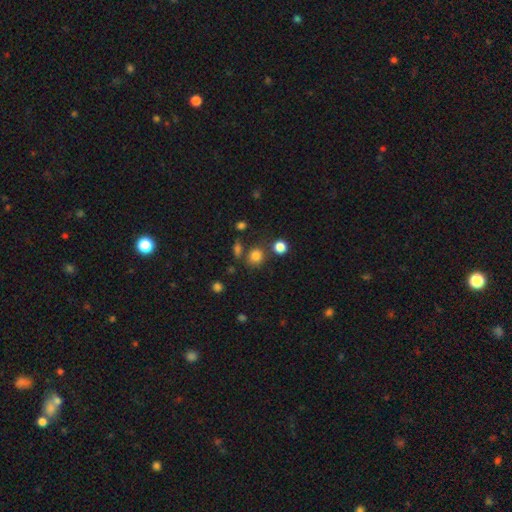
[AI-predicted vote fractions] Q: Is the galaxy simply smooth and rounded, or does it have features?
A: smooth — 79%.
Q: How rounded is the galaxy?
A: round — 80%.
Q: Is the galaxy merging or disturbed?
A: none — 73%.